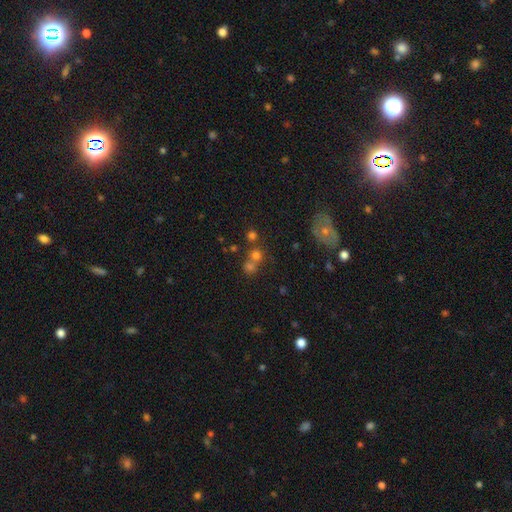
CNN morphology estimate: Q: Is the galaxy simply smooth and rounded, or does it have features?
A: smooth — 62%.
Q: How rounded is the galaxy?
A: round — 85%.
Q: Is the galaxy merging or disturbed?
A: none — 49%.